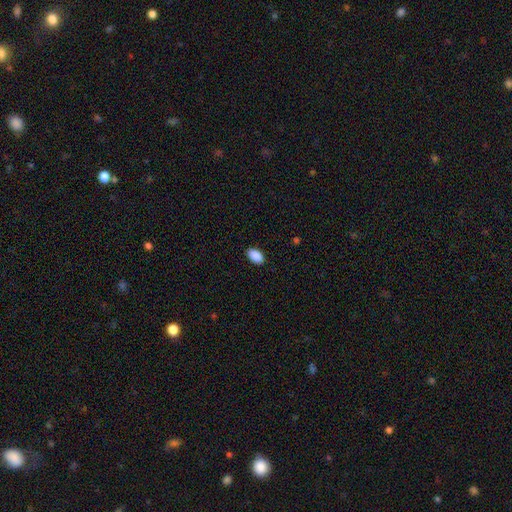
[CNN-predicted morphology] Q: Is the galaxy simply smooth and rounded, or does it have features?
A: smooth — 90%.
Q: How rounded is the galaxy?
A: in between — 94%.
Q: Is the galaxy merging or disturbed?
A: none — 88%.